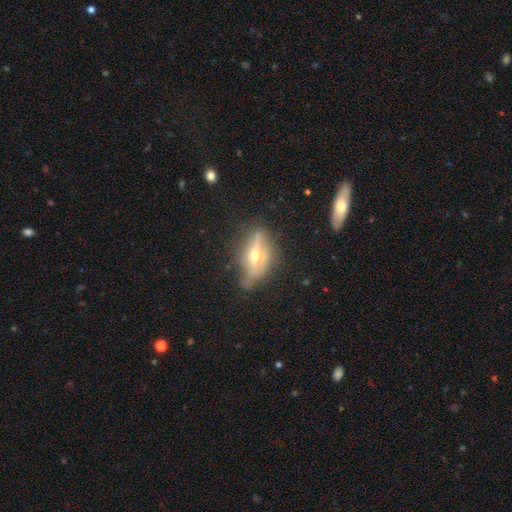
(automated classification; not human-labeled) This appears to be a featured or disk galaxy (64%) viewed edge-on (77%). Merging: none (66%).